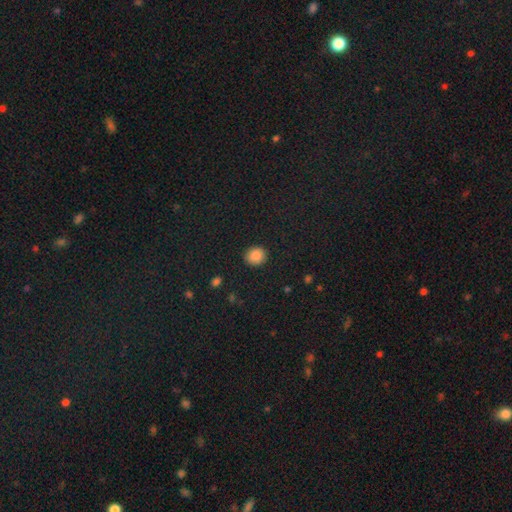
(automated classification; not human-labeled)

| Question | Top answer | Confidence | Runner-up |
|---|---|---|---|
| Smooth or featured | smooth | 87% | star or artifact (9%) |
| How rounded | round | 77% | in between (22%) |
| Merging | none | 89% | minor disturbance (7%) |